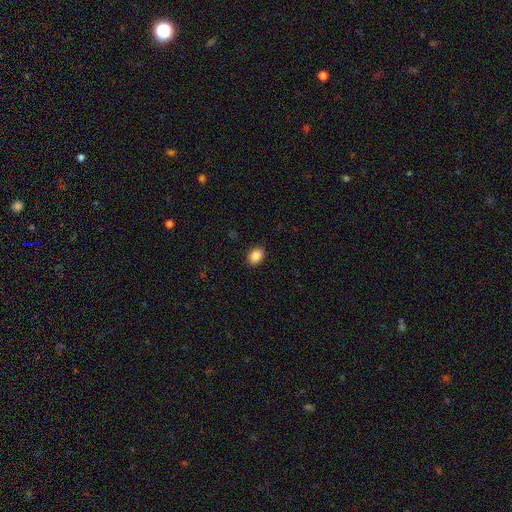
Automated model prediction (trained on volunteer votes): A smooth galaxy with no disk features (88%) that is in between round and cigar-shaped (79%).

Vote fractions:
- Smooth or featured? smooth: 88% / star or artifact: 8% / featured or disk: 4%
- How rounded? in between: 79% / round: 20% / cigar-shaped: 1%
- Merging? none: 90% / minor disturbance: 8% / major disturbance: 2% / merger: 1%